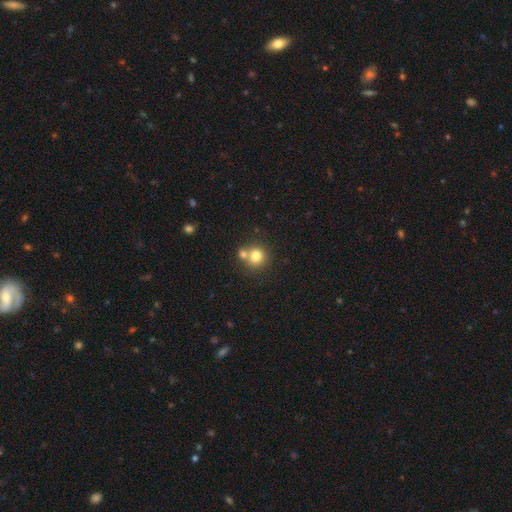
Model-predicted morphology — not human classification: Smooth or featured? smooth (78%)
How rounded? round (89%)
Merging? none (57%)